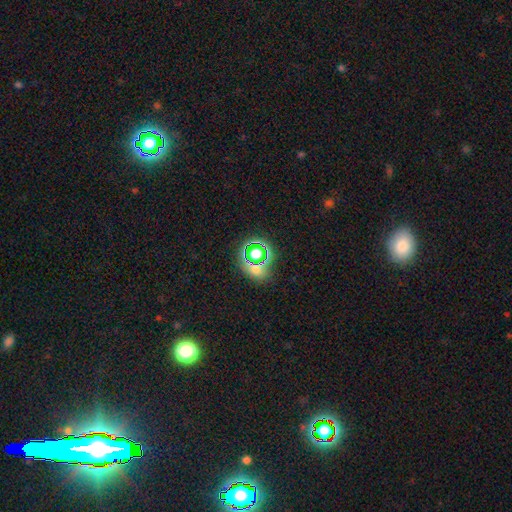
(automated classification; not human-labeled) Smooth or featured?
  - star or artifact: 50% *
  - smooth: 40%
  - featured or disk: 10%